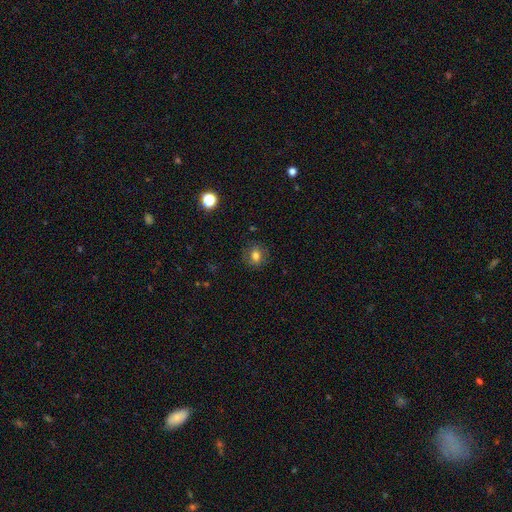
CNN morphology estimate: This appears to be a smooth galaxy with no disk features (75%) that is round (70%). Merging: none (83%).